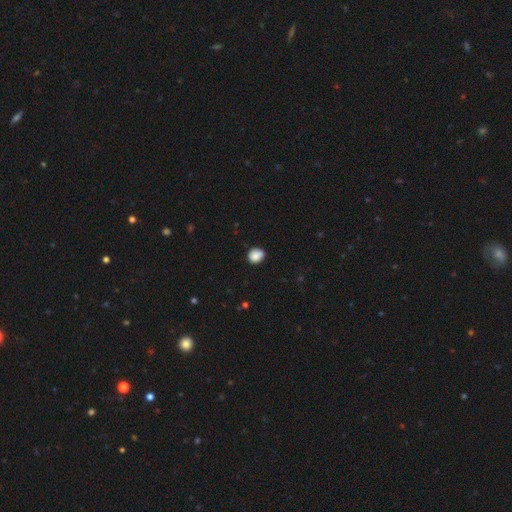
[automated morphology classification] This is clearly a smooth galaxy (85%). How rounded: likely round (74%). Merging: likely none (77%).